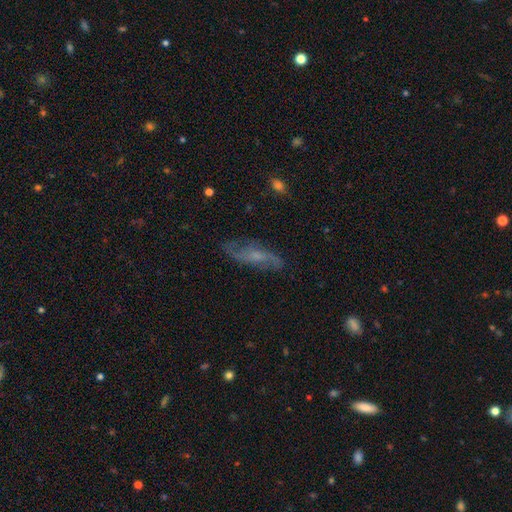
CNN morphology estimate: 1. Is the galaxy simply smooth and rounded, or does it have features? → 70% featured or disk, 21% smooth, 9% star or artifact.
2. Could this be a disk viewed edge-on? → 83% no, 17% yes.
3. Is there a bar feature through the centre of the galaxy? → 55% no, 36% weak, 9% strong.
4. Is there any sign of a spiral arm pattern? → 90% yes, 10% no.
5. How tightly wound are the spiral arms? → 50% loose, 36% medium, 14% tight.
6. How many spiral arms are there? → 79% 2, 11% can't tell, 3% 3, 2% 1, 2% 4, 2% more than 4.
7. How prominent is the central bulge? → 49% small, 33% moderate, 14% none, 3% large, 1% dominant.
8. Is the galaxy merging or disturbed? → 75% none, 17% minor disturbance, 7% major disturbance, 2% merger.